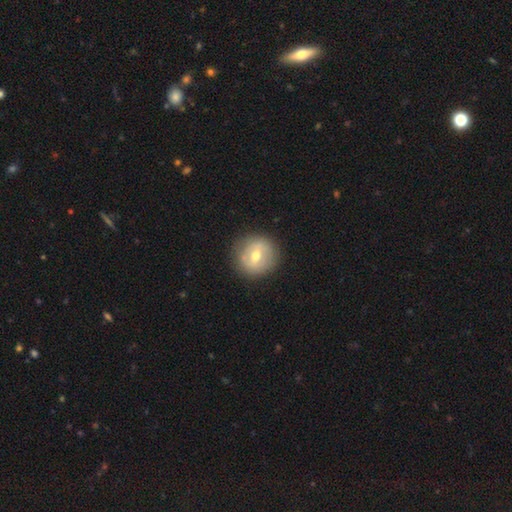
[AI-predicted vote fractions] Overall: smooth (49%; featured or disk 44%). Merging: none (86%).